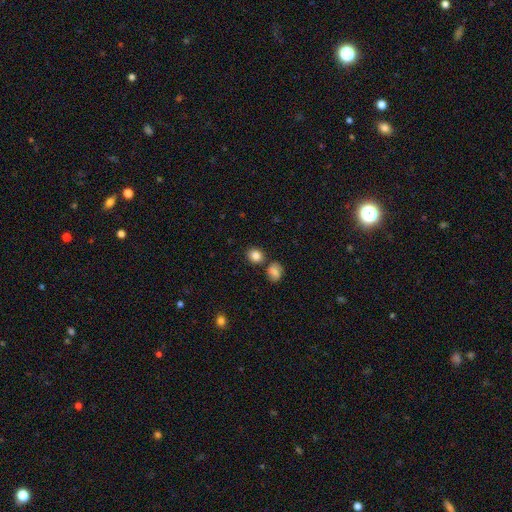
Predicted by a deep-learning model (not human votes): A smooth galaxy with no disk features (84%) that is round (74%). Merging: none (75%).